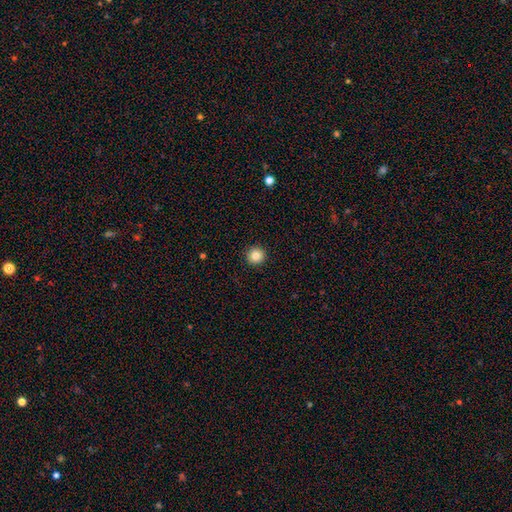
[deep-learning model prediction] smooth 85%, star or artifact 10%, featured or disk 5%. Down the decision tree: how rounded — round (95%); merging — none (93%).